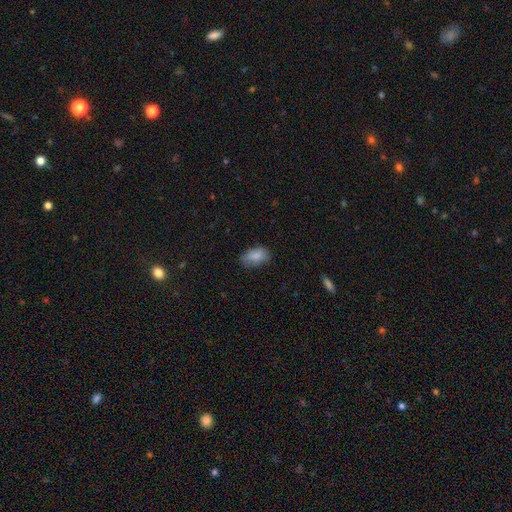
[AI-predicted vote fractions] Smooth or featured? Predicted: smooth (p=0.85). How rounded? Predicted: in between (p=0.91). Merging? Predicted: none (p=0.71).